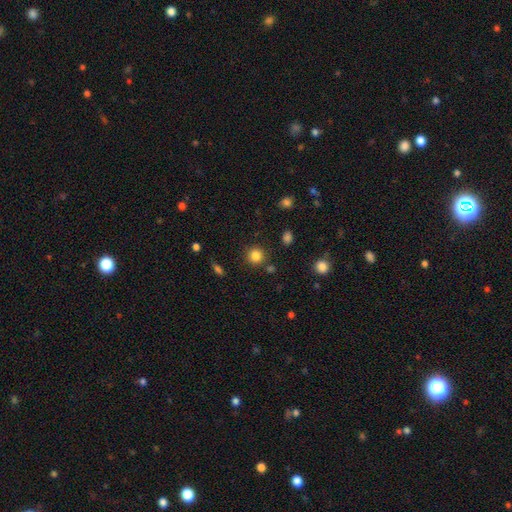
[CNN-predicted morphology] Q: Smooth or featured?
A: smooth (83%); runner-up: star or artifact (12%)
Q: How rounded?
A: round (91%); runner-up: in between (8%)
Q: Merging?
A: none (85%); runner-up: minor disturbance (8%)